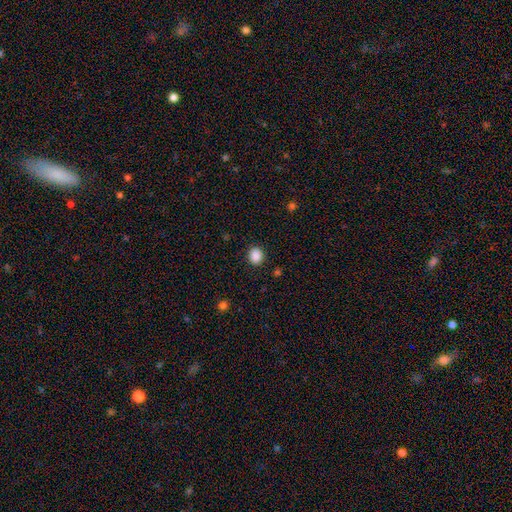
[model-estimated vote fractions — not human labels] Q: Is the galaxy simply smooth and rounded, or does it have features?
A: smooth — 88%.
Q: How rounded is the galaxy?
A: round — 71%.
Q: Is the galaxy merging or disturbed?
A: none — 90%.